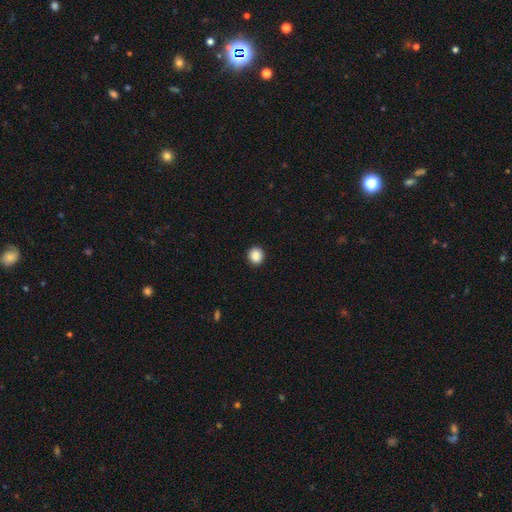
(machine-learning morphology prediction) type=smooth (88%); roundness=round (89%); merging=none (92%).